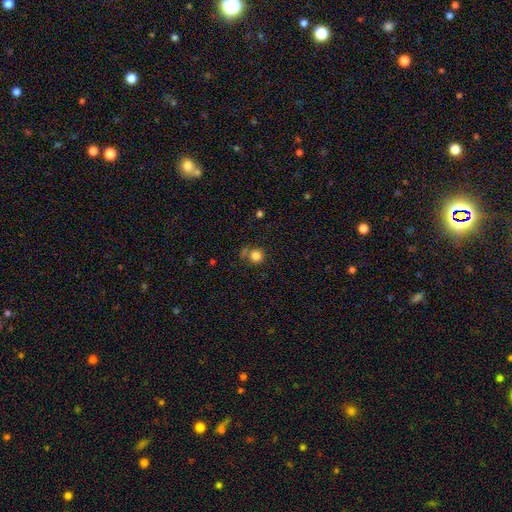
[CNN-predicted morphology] smooth 82%, star or artifact 12%, featured or disk 6%. Down the decision tree: how rounded — round (92%); merging — none (68%).